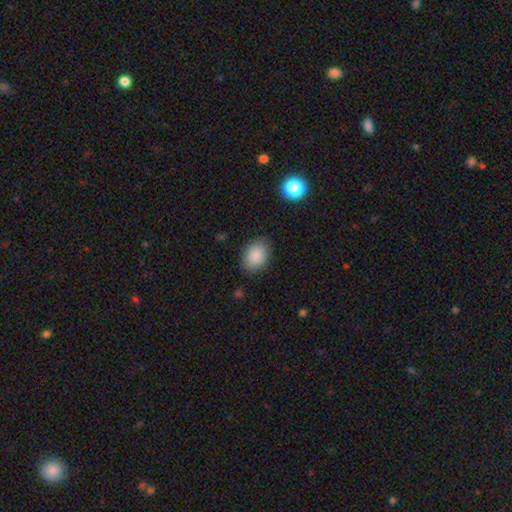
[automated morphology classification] smooth-or-featured: smooth: 87% | star or artifact: 8% | featured or disk: 5%
  how-rounded: in between: 76% | round: 23% | cigar-shaped: 1%
  merging: none: 83% | minor disturbance: 12% | major disturbance: 3% | merger: 1%